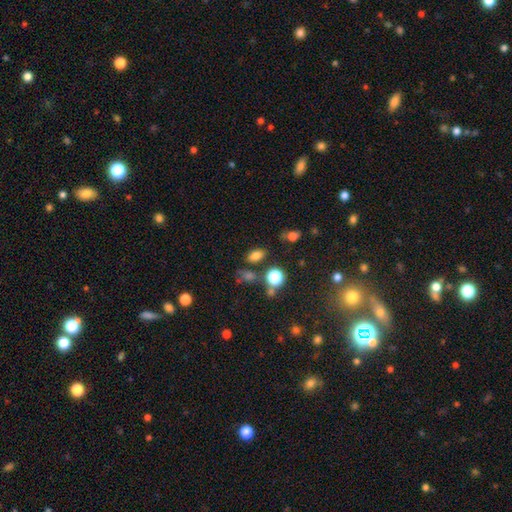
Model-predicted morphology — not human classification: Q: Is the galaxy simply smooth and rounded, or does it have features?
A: smooth — 78%.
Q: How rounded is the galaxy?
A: in between — 83%.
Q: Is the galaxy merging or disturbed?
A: none — 75%.